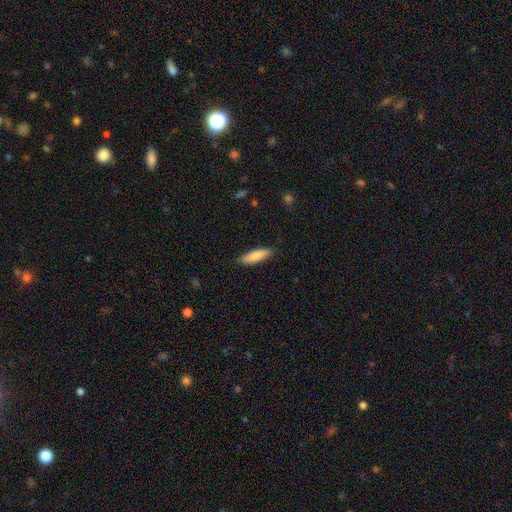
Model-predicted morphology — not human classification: smooth 84%, featured or disk 10%, star or artifact 6%. Down the decision tree: how rounded — cigar-shaped (60%); merging — none (87%).